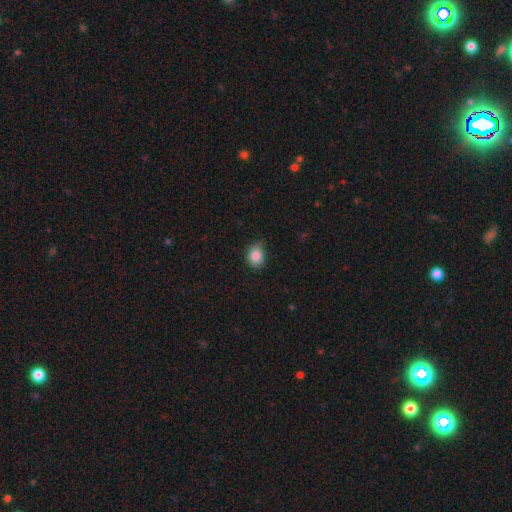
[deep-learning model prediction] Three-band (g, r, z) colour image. It shows a smooth galaxy with no disk features (85%) that is round (56%). Merging: none (75%).